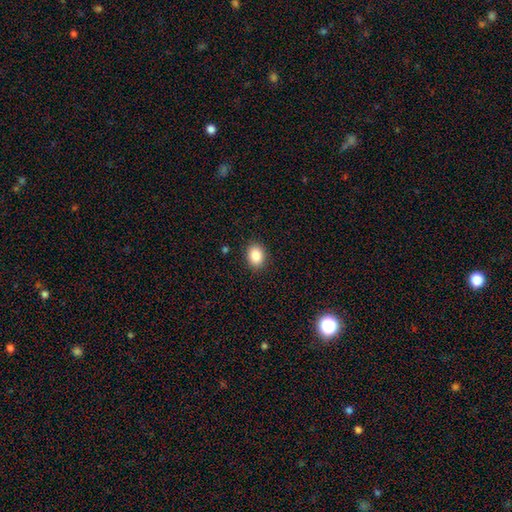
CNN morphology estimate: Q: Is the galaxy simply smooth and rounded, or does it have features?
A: smooth — 87%.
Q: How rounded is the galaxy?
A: in between — 61%.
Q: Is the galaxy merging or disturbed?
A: none — 90%.